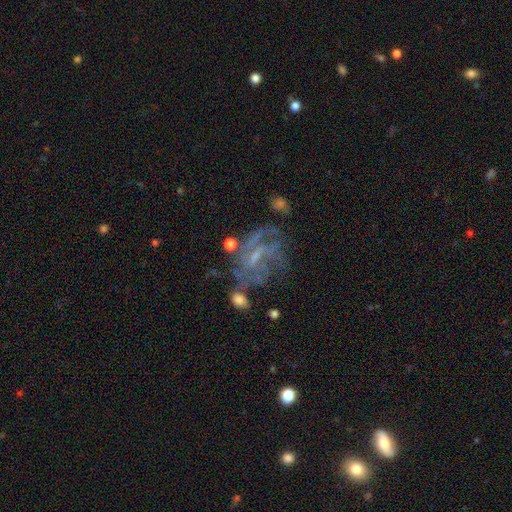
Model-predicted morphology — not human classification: The model was most divided on "spiral winding": medium: 42%, tight: 37%, loose: 21%. Remaining: edge-on disk — no (96%); spiral arms — yes (76%); smooth or featured — featured or disk (74%); bulge size — small (56%); merging — none (49%); bar — weak (47%); spiral arm count — can't tell (43%).